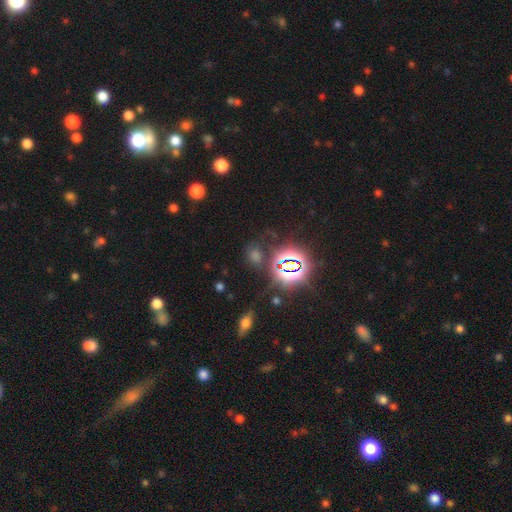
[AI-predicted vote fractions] A star or artifact, not a galaxy (62%).

Vote fractions:
- Smooth or featured? star or artifact: 62% / smooth: 29% / featured or disk: 9%